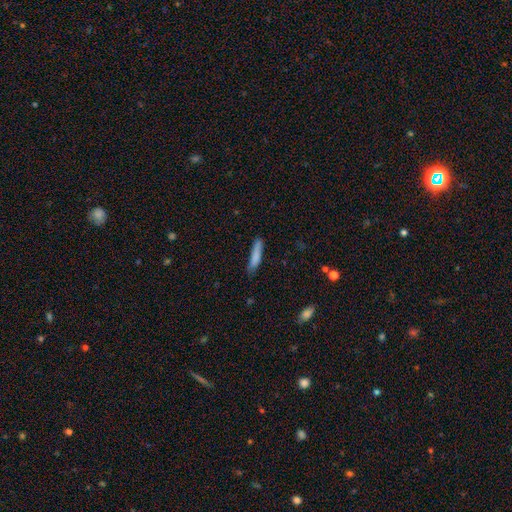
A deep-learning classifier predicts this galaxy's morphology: A smooth galaxy with no disk features (82%) that is cigar-shaped (87%).

Vote fractions:
- Smooth or featured? smooth: 82% / featured or disk: 11% / star or artifact: 7%
- How rounded? cigar-shaped: 87% / in between: 11% / round: 1%
- Merging? none: 74% / minor disturbance: 20% / major disturbance: 4% / merger: 2%